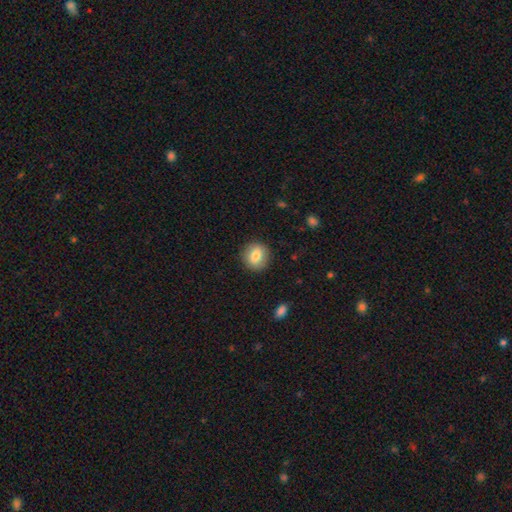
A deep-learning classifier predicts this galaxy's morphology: Smooth or featured: smooth — 79% (featured or disk — 13%)
How rounded: round — 83% (in between — 16%)
Merging: none — 88% (minor disturbance — 9%)